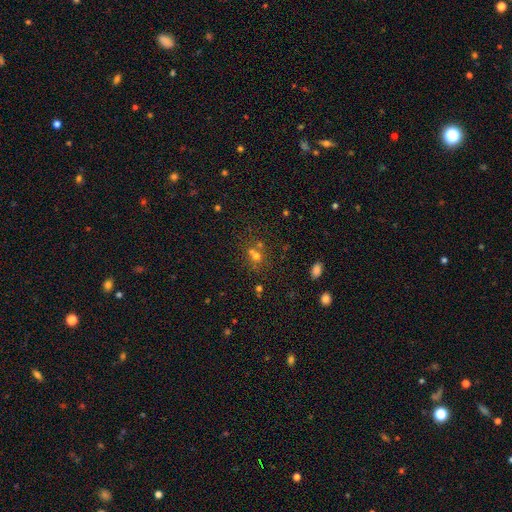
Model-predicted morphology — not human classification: Smooth or featured?
  - smooth: 58% *
  - star or artifact: 26%
  - featured or disk: 16%
How rounded?
  - round: 75% *
  - in between: 23%
  - cigar-shaped: 1%
Merging?
  - none: 48% *
  - merger: 39%
  - minor disturbance: 9%
  - major disturbance: 4%